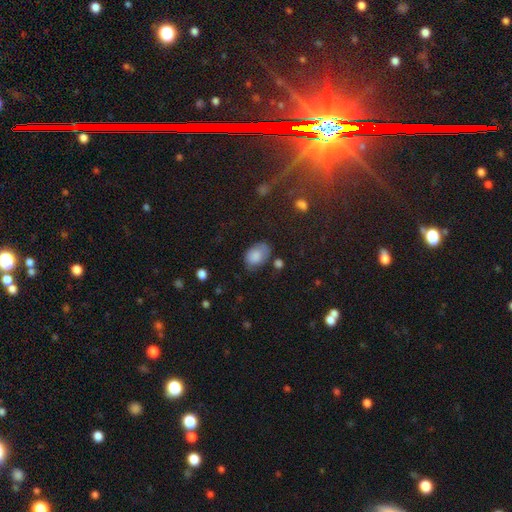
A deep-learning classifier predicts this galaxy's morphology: smooth-or-featured: smooth: 81% | featured or disk: 10% | star or artifact: 9%
  how-rounded: in between: 82% | round: 17% | cigar-shaped: 1%
  merging: none: 58% | minor disturbance: 29% | major disturbance: 10% | merger: 4%